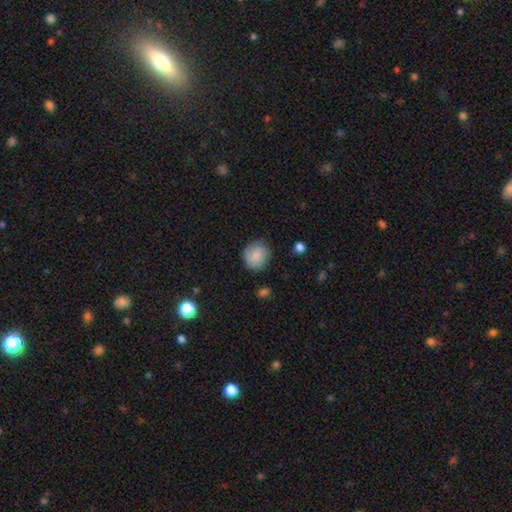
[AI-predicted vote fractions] Smooth or featured?
  - smooth: 80% *
  - featured or disk: 12%
  - star or artifact: 7%
How rounded?
  - round: 81% *
  - in between: 18%
  - cigar-shaped: 1%
Merging?
  - none: 78% *
  - minor disturbance: 17%
  - major disturbance: 4%
  - merger: 2%